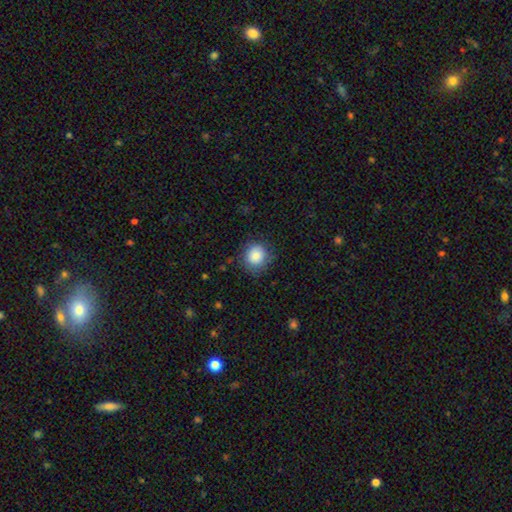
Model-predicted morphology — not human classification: Smooth or featured? Predicted: smooth (p=0.84). How rounded? Predicted: round (p=0.89). Merging? Predicted: none (p=0.77).